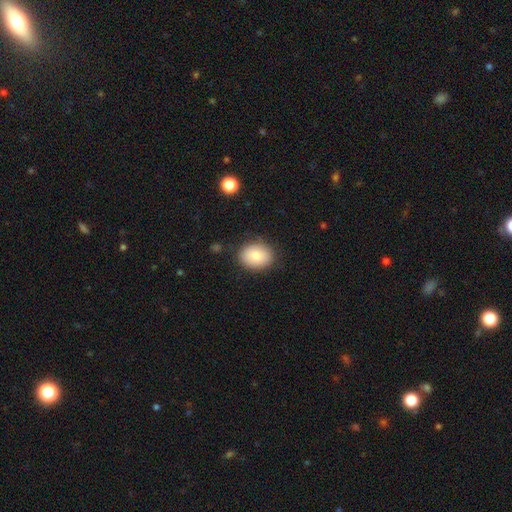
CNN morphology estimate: Smooth or featured? Predicted: smooth (p=0.81). How rounded? Predicted: in between (p=0.54). Merging? Predicted: none (p=0.83).